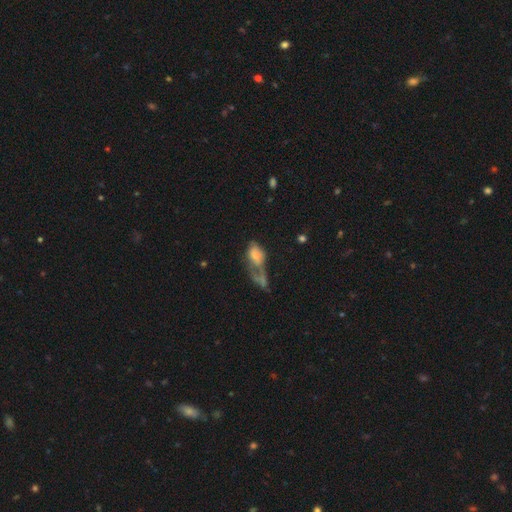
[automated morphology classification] Smooth or featured?
  - smooth: 61% *
  - featured or disk: 30%
  - star or artifact: 9%
How rounded?
  - in between: 87% *
  - round: 9%
  - cigar-shaped: 4%
Merging?
  - major disturbance: 39% *
  - merger: 34%
  - none: 15%
  - minor disturbance: 12%